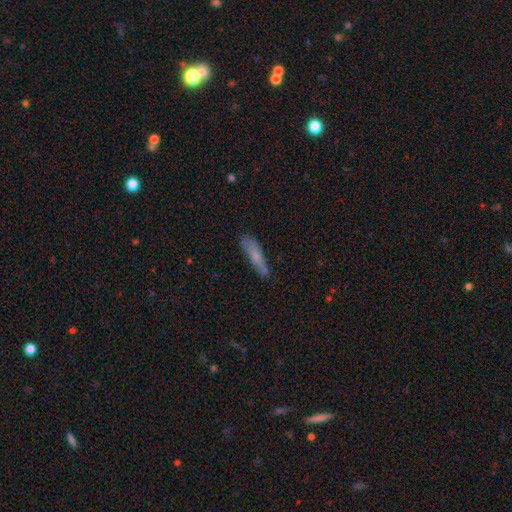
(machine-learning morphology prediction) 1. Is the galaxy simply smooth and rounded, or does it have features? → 70% smooth, 22% featured or disk, 8% star or artifact.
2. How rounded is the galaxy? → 80% cigar-shaped, 19% in between, 2% round.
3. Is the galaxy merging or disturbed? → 69% none, 22% minor disturbance, 6% major disturbance, 3% merger.